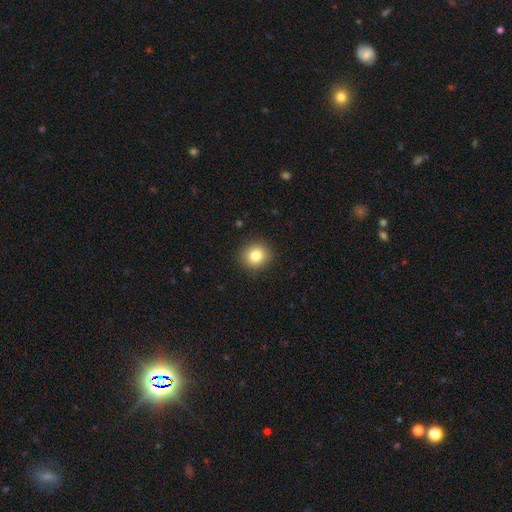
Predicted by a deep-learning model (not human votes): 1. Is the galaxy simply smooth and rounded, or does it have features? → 82% smooth, 10% star or artifact, 7% featured or disk.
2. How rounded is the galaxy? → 86% round, 13% in between, 1% cigar-shaped.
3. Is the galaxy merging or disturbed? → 91% none, 7% minor disturbance, 2% major disturbance, 1% merger.